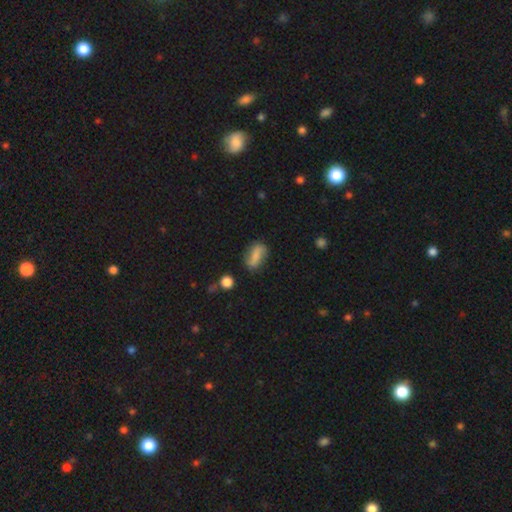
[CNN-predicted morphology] Overall: smooth (66%). How rounded: in between (78%). Merging: none (70%).